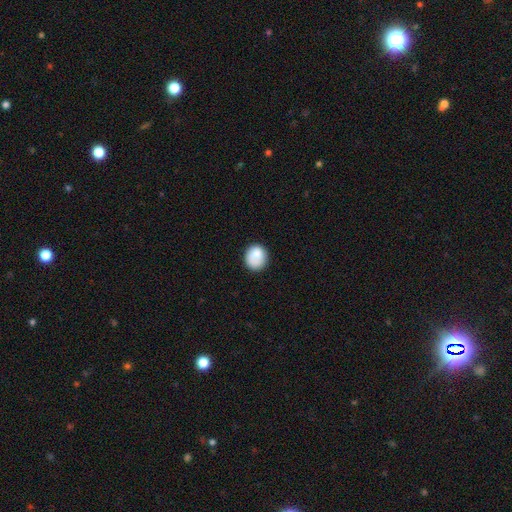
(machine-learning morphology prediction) smooth-or-featured: smooth: 83% | featured or disk: 10% | star or artifact: 7%
  how-rounded: round: 77% | in between: 22% | cigar-shaped: 1%
  merging: none: 76% | minor disturbance: 16% | major disturbance: 5% | merger: 3%